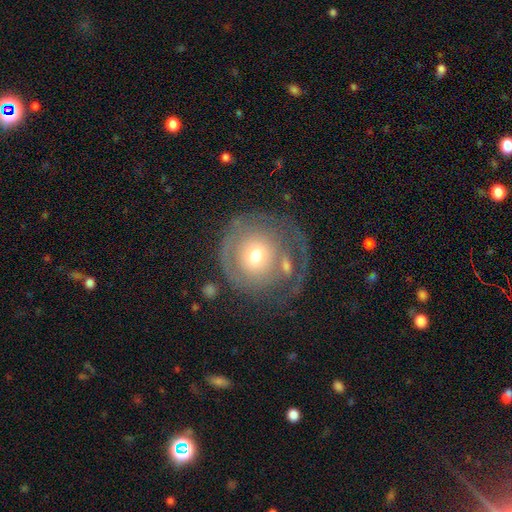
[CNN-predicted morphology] Q: Smooth or featured?
A: featured or disk (52%); runner-up: smooth (40%)
Q: Edge-on disk?
A: no (96%); runner-up: yes (4%)
Q: Merging?
A: none (53%); runner-up: major disturbance (20%)